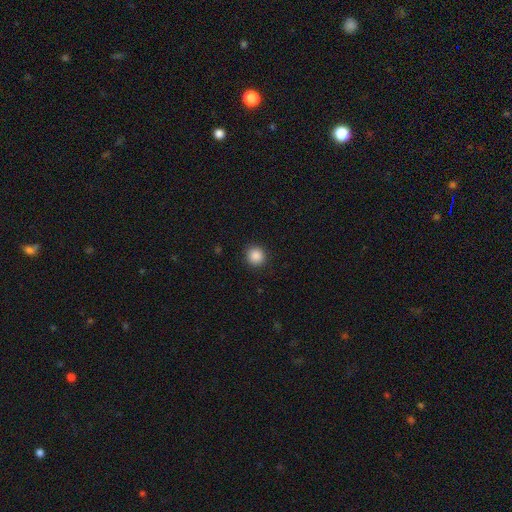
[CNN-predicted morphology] The model was most divided on "smooth or featured": smooth: 88%, star or artifact: 10%, featured or disk: 3%. More confident: how rounded — round (93%); merging — none (92%).